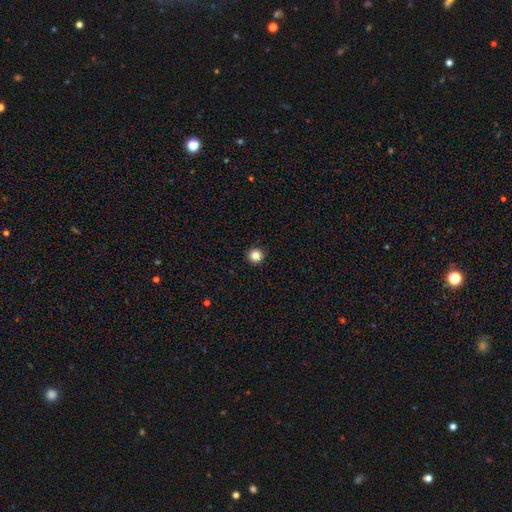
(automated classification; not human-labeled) Morphology: type=smooth (85%); roundness=round (96%); merging=none (94%).